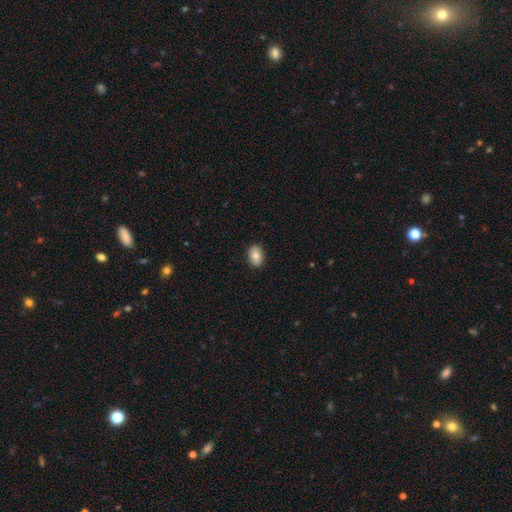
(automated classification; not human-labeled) This is likely a smooth galaxy (79%). How rounded: clearly in between (84%). Merging: clearly none (88%).